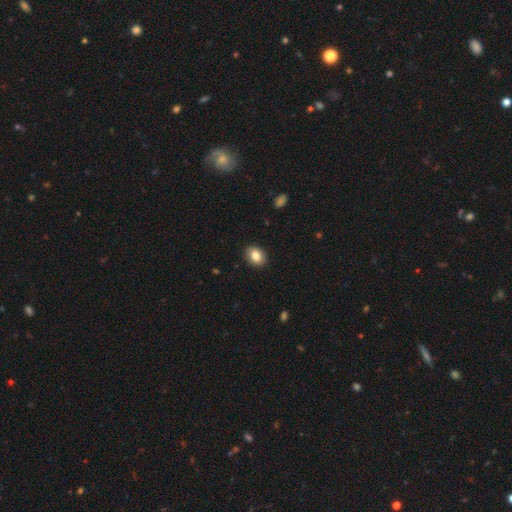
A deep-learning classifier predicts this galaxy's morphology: The model was most divided on "how rounded": in between: 66%, round: 33%, cigar-shaped: 1%. More confident: merging — none (90%); smooth or featured — smooth (84%).